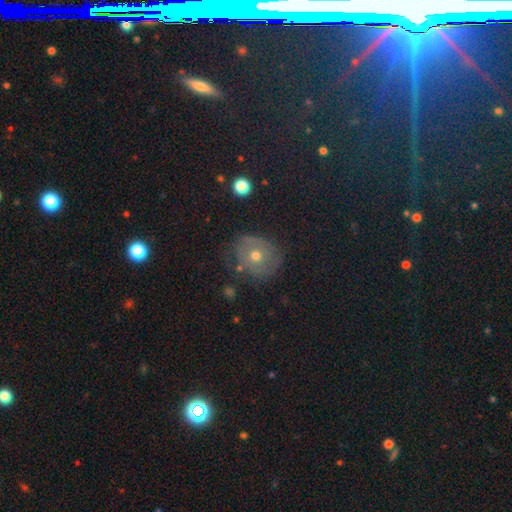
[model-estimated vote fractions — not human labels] This appears to be a smooth galaxy with no disk features (45%). Merging: none (72%).